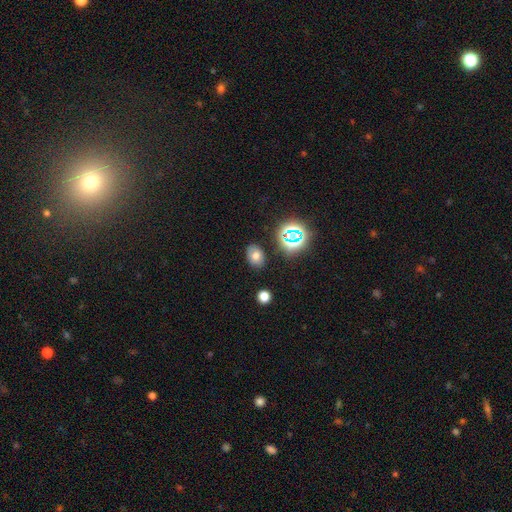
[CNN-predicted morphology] Overall: smooth (66%). How rounded: in between (79%). Merging: none (84%).